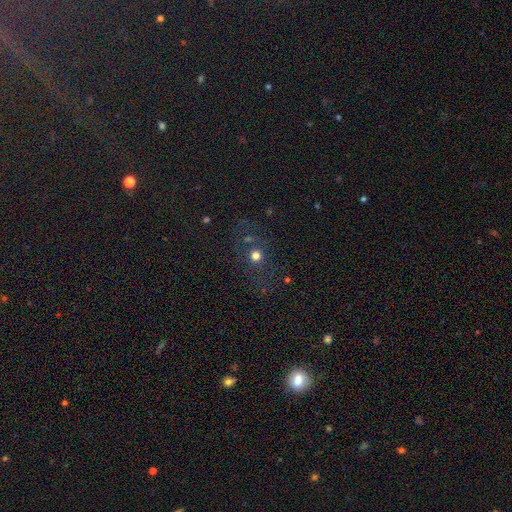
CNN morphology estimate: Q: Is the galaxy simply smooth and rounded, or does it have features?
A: smooth — 58%.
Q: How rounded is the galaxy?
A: round — 85%.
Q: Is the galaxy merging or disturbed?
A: none — 72%.